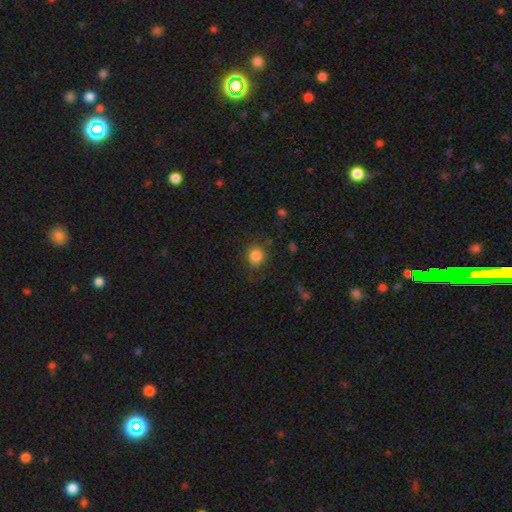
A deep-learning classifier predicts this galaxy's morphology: A smooth galaxy with no disk features (84%) that is round (89%). Merging: none (85%).